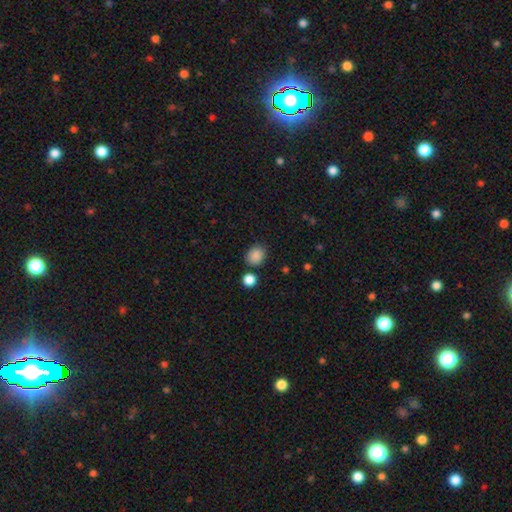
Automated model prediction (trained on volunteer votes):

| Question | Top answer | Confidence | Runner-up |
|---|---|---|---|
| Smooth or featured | smooth | 87% | star or artifact (10%) |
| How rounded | round | 62% | in between (37%) |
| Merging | none | 80% | minor disturbance (12%) |